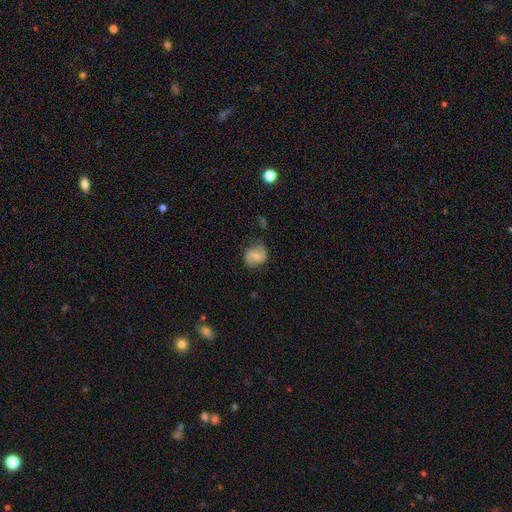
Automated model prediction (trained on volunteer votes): Smooth or featured?
  - featured or disk: 50% *
  - smooth: 42%
  - star or artifact: 8%
Merging?
  - none: 71% *
  - minor disturbance: 20%
  - major disturbance: 7%
  - merger: 2%